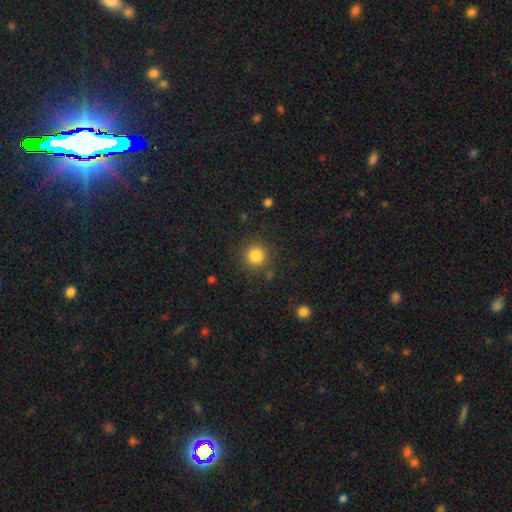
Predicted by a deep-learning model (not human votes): Q: Smooth or featured?
A: smooth (84%); runner-up: star or artifact (11%)
Q: How rounded?
A: round (94%); runner-up: in between (5%)
Q: Merging?
A: none (87%); runner-up: minor disturbance (7%)